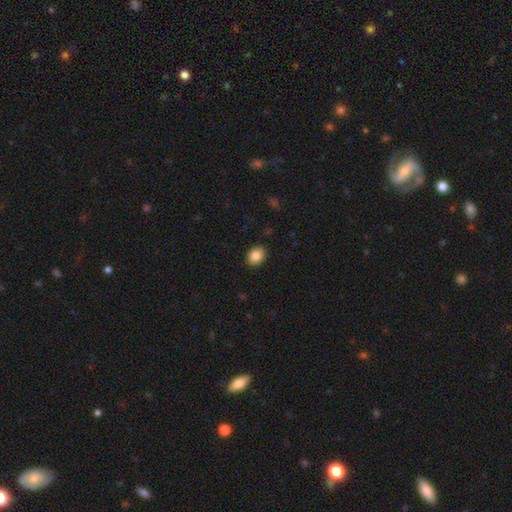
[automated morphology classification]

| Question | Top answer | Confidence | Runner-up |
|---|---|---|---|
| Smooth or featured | smooth | 86% | star or artifact (8%) |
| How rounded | in between | 62% | round (38%) |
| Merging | none | 89% | minor disturbance (8%) |